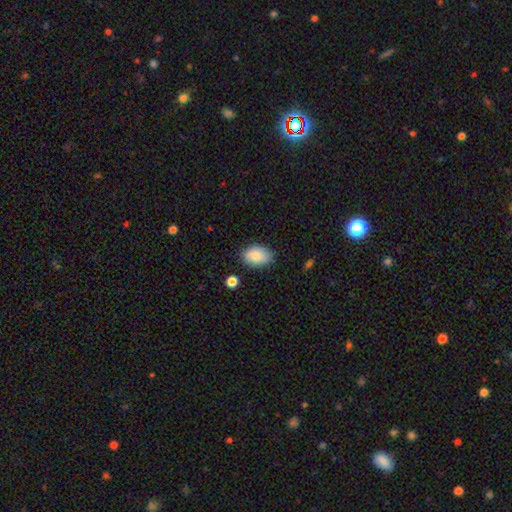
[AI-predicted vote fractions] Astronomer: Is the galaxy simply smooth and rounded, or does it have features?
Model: smooth — 83%.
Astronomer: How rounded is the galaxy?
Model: in between — 85%.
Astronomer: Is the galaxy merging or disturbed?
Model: none — 75%.